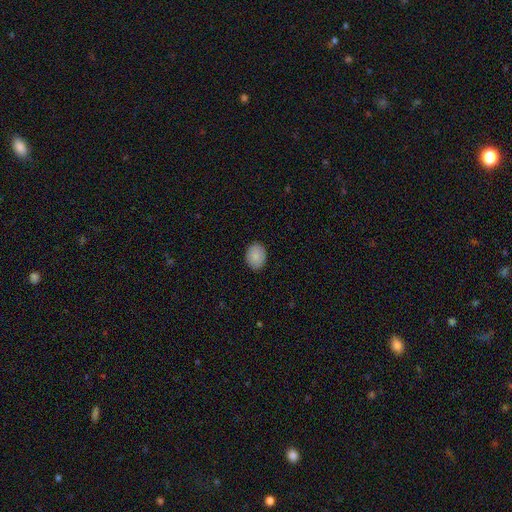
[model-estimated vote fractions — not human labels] A smooth galaxy with no disk features (87%) that is in between round and cigar-shaped (59%).

Vote fractions:
- Smooth or featured? smooth: 87% / star or artifact: 7% / featured or disk: 6%
- How rounded? in between: 59% / round: 40% / cigar-shaped: 1%
- Merging? none: 89% / minor disturbance: 8% / major disturbance: 2% / merger: 1%